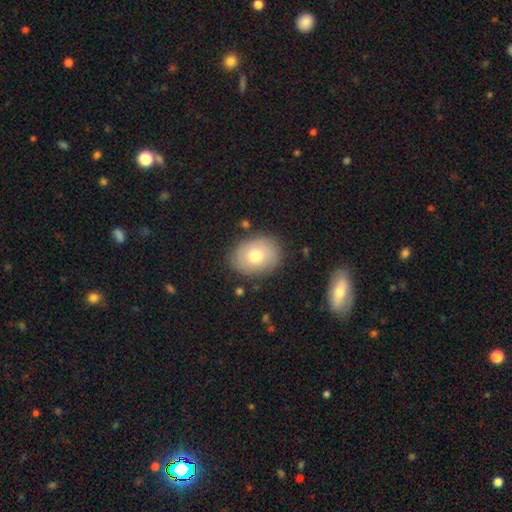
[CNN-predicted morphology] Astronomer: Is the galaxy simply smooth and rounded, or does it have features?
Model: smooth — 67%.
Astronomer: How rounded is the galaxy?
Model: in between — 58% (runner-up: round, 41%).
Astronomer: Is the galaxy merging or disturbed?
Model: none — 83%.